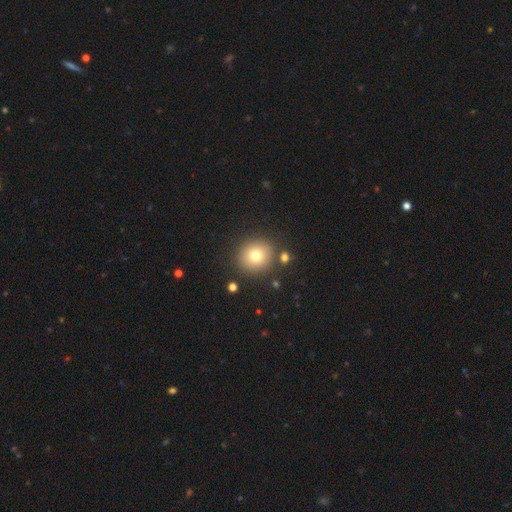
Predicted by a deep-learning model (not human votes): The model was most divided on "smooth or featured": smooth: 76%, star or artifact: 12%, featured or disk: 11%. More confident: merging — none (85%); how rounded — round (84%).